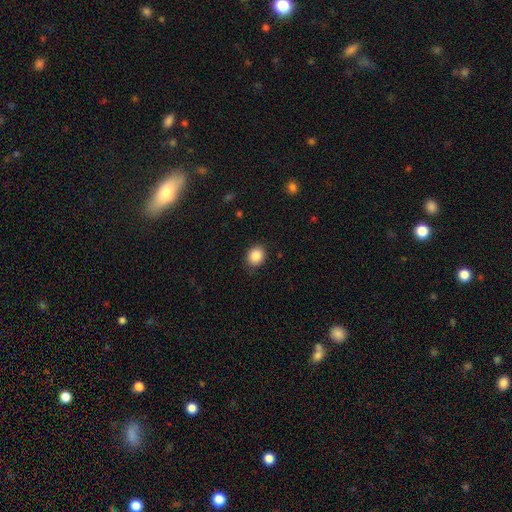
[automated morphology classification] A smooth galaxy with no disk features (87%) that is round (65%). Merging: none (85%).